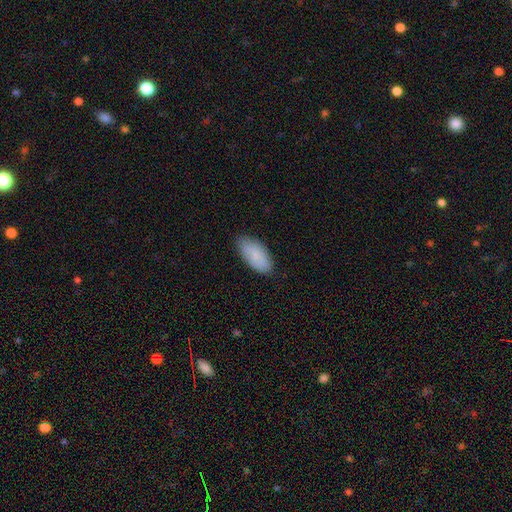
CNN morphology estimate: Smooth or featured? Predicted: smooth (p=0.81). How rounded? Predicted: in between (p=0.92). Merging? Predicted: none (p=0.80).